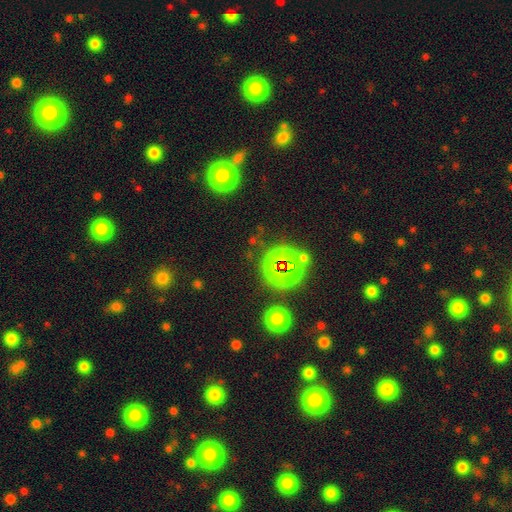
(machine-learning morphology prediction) This appears to be a star or artifact, not a galaxy (67%).